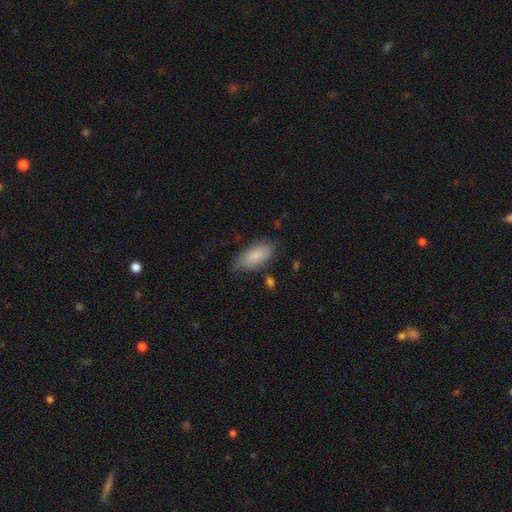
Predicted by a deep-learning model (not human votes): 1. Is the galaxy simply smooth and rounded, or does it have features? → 85% smooth, 9% featured or disk, 6% star or artifact.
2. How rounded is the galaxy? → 92% in between, 6% cigar-shaped, 2% round.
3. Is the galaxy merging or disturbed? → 70% none, 23% minor disturbance, 5% major disturbance, 3% merger.